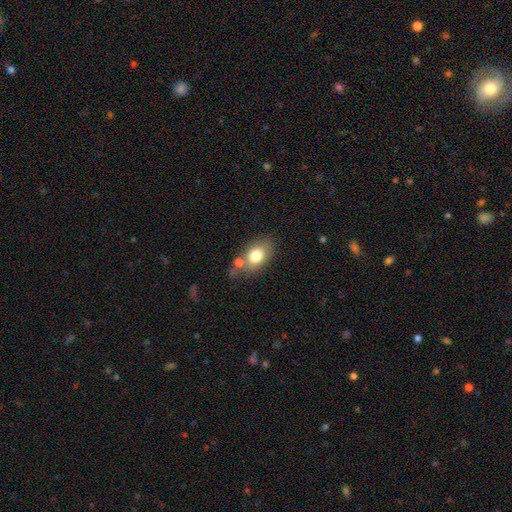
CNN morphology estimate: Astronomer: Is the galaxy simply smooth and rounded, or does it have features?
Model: smooth — 76%.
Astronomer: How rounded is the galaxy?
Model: in between — 79%.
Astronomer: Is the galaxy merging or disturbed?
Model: none — 60%.